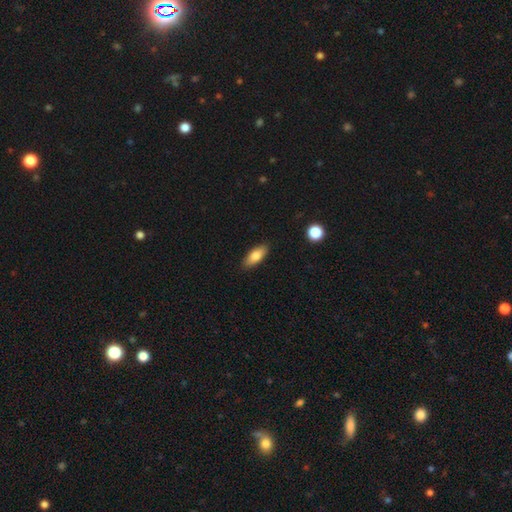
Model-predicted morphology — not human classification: Smooth or featured? Predicted: smooth (p=0.78). How rounded? Predicted: in between (p=0.76). Merging? Predicted: none (p=0.87).